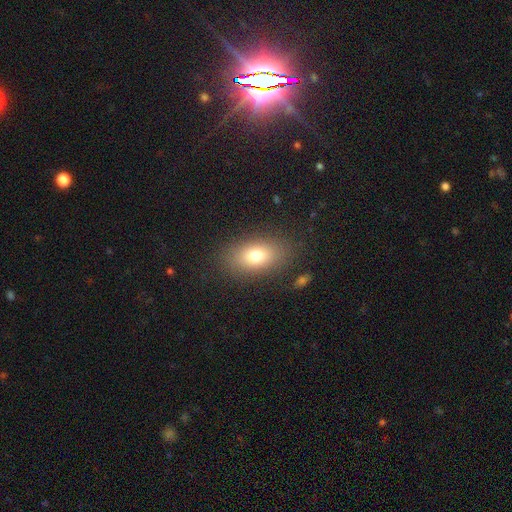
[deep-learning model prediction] Q: Smooth or featured?
A: smooth (77%); runner-up: featured or disk (13%)
Q: How rounded?
A: in between (86%); runner-up: round (11%)
Q: Merging?
A: none (84%); runner-up: minor disturbance (10%)